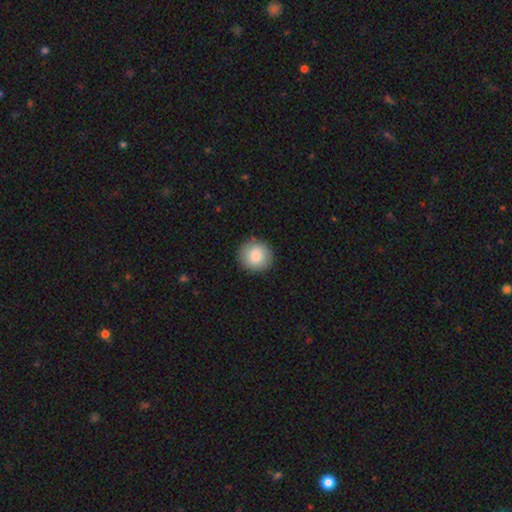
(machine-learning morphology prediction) Smooth or featured: smooth — 87% (star or artifact — 7%)
How rounded: round — 92% (in between — 7%)
Merging: none — 90% (minor disturbance — 7%)